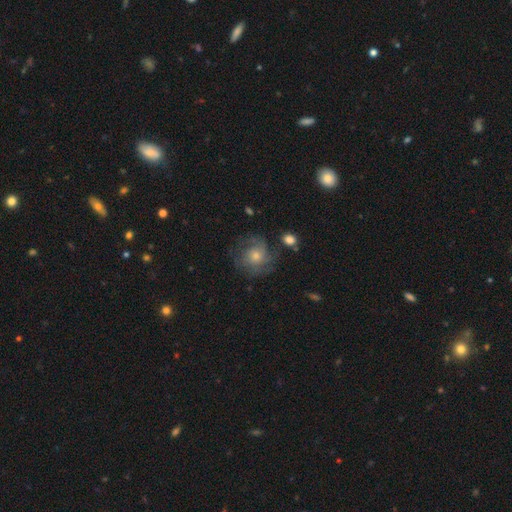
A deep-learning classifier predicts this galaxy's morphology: Q: Smooth or featured?
A: featured or disk (61%); runner-up: smooth (27%)
Q: Edge-on disk?
A: no (97%); runner-up: yes (3%)
Q: Bar?
A: no (80%); runner-up: weak (17%)
Q: Spiral arms?
A: yes (85%); runner-up: no (15%)
Q: Spiral winding?
A: tight (46%); runner-up: medium (39%)
Q: Spiral arm count?
A: can't tell (35%); runner-up: 3 (26%)
Q: Bulge size?
A: moderate (56%); runner-up: small (32%)
Q: Merging?
A: none (70%); runner-up: minor disturbance (17%)